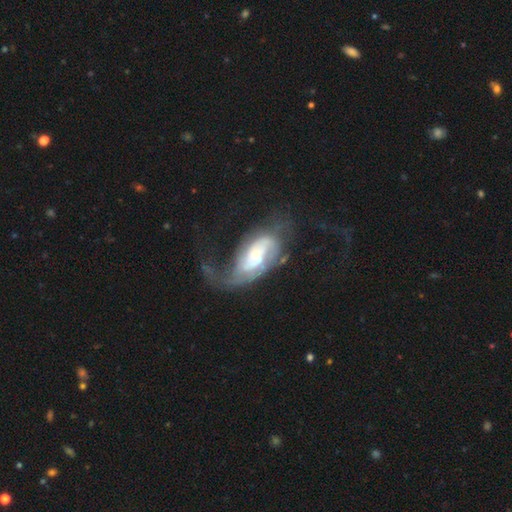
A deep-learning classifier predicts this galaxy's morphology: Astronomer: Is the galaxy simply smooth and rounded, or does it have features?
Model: featured or disk — 78%.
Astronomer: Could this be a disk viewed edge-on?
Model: no — 95%.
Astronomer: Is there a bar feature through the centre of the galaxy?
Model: no — 58%.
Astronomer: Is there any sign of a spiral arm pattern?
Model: yes — 88%.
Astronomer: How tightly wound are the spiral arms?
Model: medium — 36% (runner-up: tight, 35%).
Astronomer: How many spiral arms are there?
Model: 2 — 41% (runner-up: can't tell, 26%).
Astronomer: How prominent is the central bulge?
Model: small — 62%.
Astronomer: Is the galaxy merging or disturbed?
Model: major disturbance — 46% (runner-up: none, 30%).